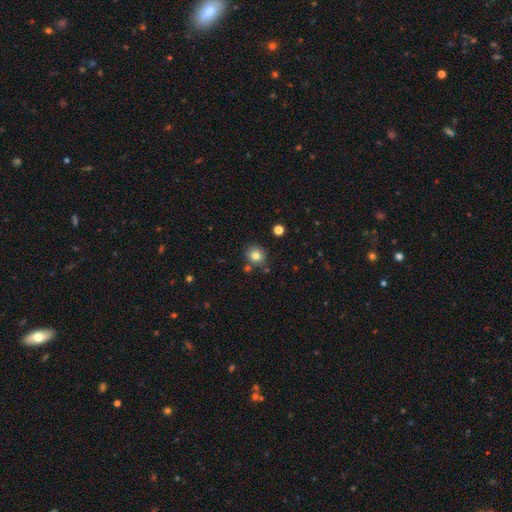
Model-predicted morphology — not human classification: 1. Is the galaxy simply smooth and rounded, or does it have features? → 80% smooth, 12% star or artifact, 8% featured or disk.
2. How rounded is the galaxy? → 82% round, 17% in between, 1% cigar-shaped.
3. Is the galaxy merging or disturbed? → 80% none, 10% minor disturbance, 7% merger, 2% major disturbance.